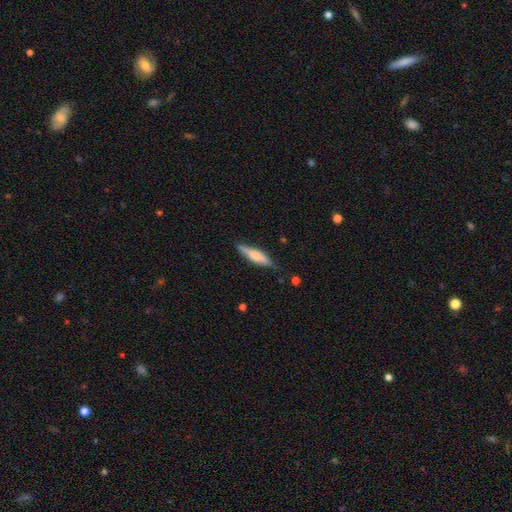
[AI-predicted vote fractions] smooth 49%, featured or disk 44%, star or artifact 7%. Down the decision tree: merging — none (80%).